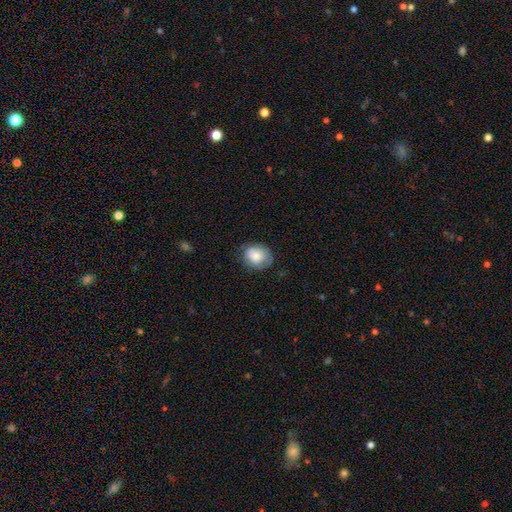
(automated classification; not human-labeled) This is likely a smooth galaxy (80%). How rounded: possibly round (54%). Merging: likely none (66%).